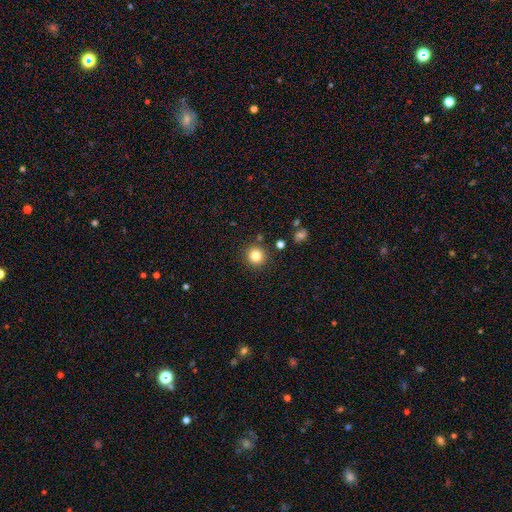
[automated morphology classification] smooth-or-featured: smooth: 82% | star or artifact: 12% | featured or disk: 6%
  how-rounded: round: 93% | in between: 6% | cigar-shaped: 1%
  merging: none: 88% | minor disturbance: 7% | merger: 3% | major disturbance: 2%